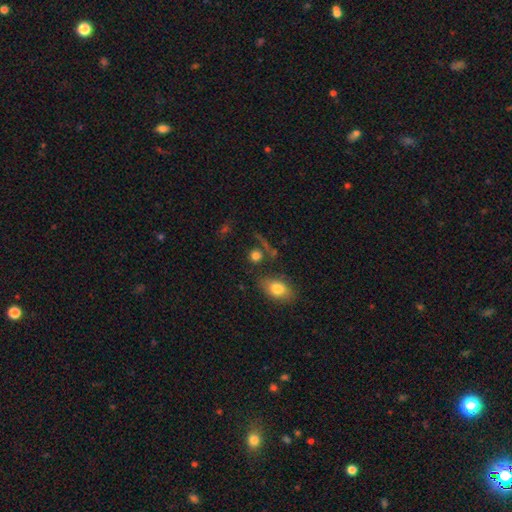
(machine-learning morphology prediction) smooth_or_featured: smooth (p=0.76) [alt: star or artifact p=0.13]
how_rounded: round (p=0.76) [alt: in between p=0.21]
merging: none (p=0.68) [alt: merger p=0.13]